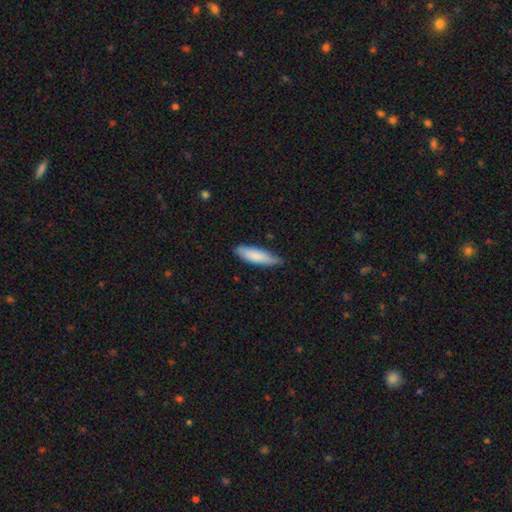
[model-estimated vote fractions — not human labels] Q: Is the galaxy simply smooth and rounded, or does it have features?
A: smooth — 82%.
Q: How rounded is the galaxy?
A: cigar-shaped — 62%.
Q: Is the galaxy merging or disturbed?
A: none — 74%.